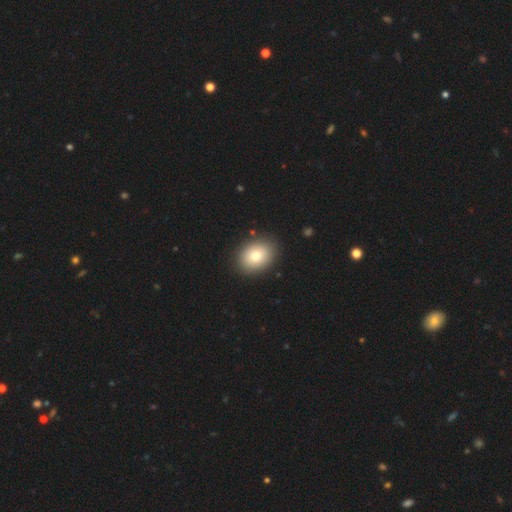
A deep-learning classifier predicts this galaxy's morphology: Smooth or featured?
  - smooth: 78% *
  - featured or disk: 13%
  - star or artifact: 9%
How rounded?
  - in between: 60% *
  - round: 39%
  - cigar-shaped: 1%
Merging?
  - none: 89% *
  - minor disturbance: 8%
  - major disturbance: 2%
  - merger: 1%